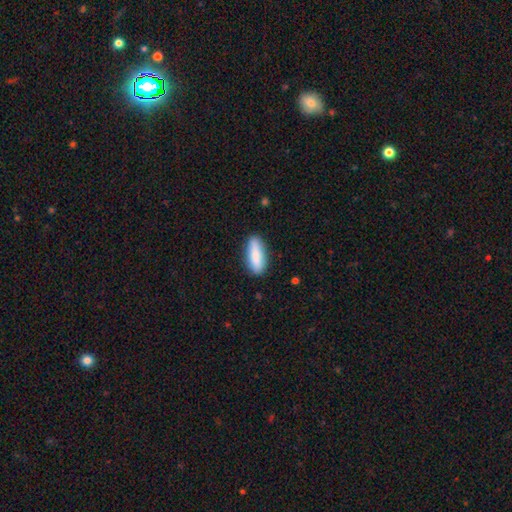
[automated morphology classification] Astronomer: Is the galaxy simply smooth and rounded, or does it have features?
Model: smooth — 85%.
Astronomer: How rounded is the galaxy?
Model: in between — 56% (runner-up: cigar-shaped, 42%).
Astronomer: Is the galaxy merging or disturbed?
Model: none — 87%.